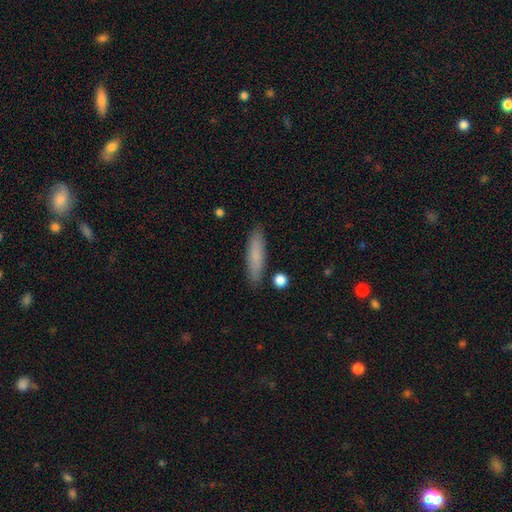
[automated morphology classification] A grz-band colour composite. It shows a smooth galaxy with no disk features (81%) that is cigar-shaped (77%). Merging: none (88%).